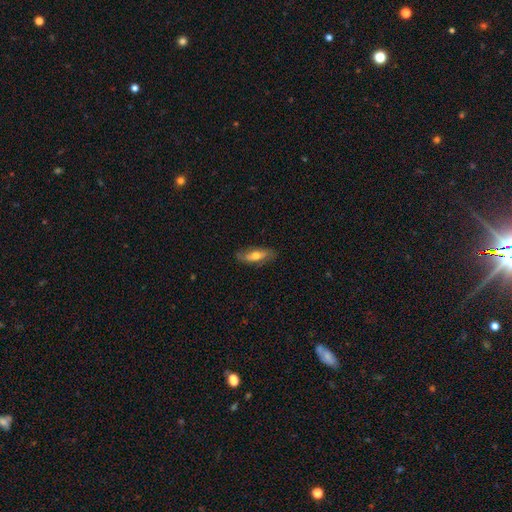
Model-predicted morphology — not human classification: Smooth or featured?
  - smooth: 52% *
  - featured or disk: 41%
  - star or artifact: 6%
How rounded?
  - in between: 62% *
  - cigar-shaped: 35%
  - round: 3%
Merging?
  - none: 78% *
  - minor disturbance: 16%
  - major disturbance: 4%
  - merger: 1%